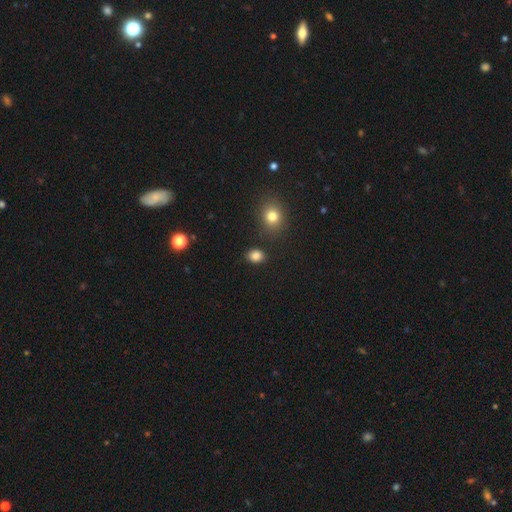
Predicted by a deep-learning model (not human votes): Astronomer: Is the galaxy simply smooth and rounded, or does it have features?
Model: smooth — 85%.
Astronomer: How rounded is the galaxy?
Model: in between — 55% (runner-up: round, 44%).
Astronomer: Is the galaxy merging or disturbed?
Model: none — 84%.